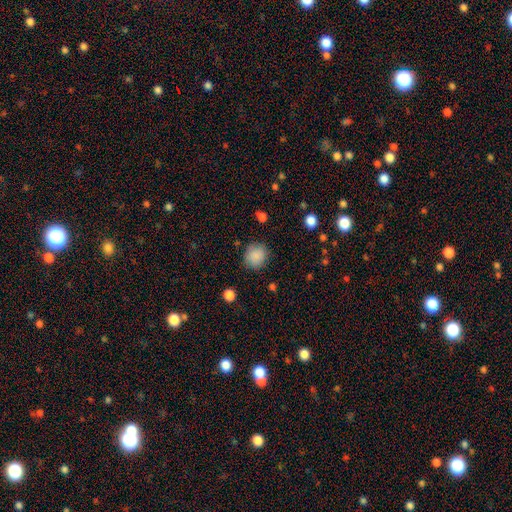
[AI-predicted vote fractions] Smooth or featured? smooth (87%)
How rounded? round (84%)
Merging? none (83%)